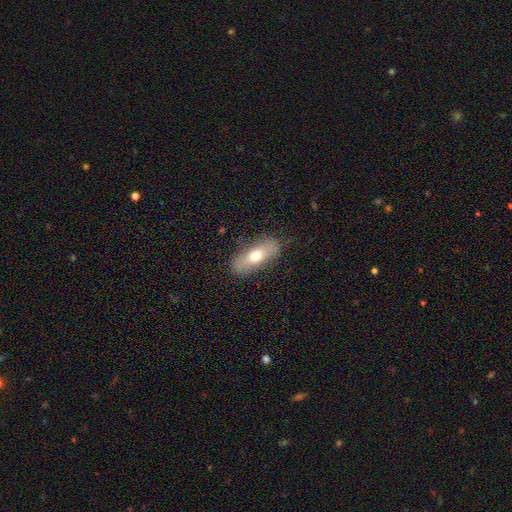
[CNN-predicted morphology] smooth_or_featured: smooth (p=0.65) [alt: featured or disk p=0.29]
how_rounded: in between (p=0.66) [alt: cigar-shaped p=0.30]
merging: none (p=0.82) [alt: minor disturbance p=0.13]